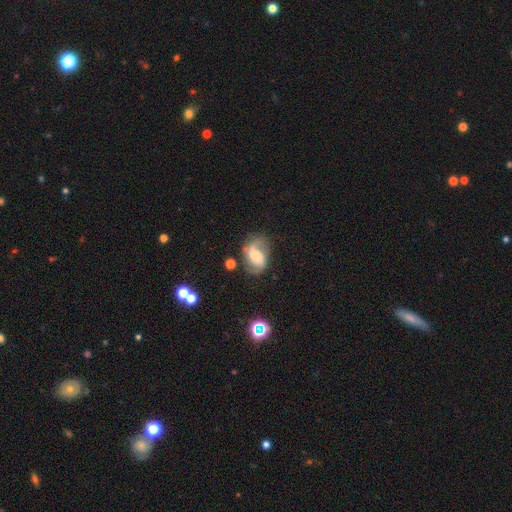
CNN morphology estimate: smooth_or_featured: featured or disk (p=0.72) [alt: smooth p=0.19]
disk_edge_on: no (p=0.98) [alt: yes p=0.02]
bar: no (p=0.48) [alt: weak p=0.41]
has_spiral_arms: yes (p=0.91) [alt: no p=0.09]
spiral_winding: medium (p=0.47) [alt: loose p=0.33]
spiral_arm_count: 2 (p=0.80) [alt: can't tell p=0.08]
bulge_size: small (p=0.40) [alt: none p=0.30]
merging: none (p=0.55) [alt: minor disturbance p=0.24]